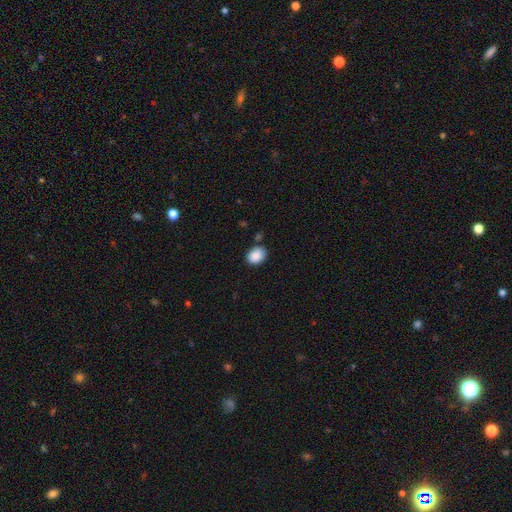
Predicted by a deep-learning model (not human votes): Smooth or featured?
  - smooth: 89% *
  - star or artifact: 8%
  - featured or disk: 4%
How rounded?
  - in between: 62% *
  - round: 37%
  - cigar-shaped: 1%
Merging?
  - none: 73% *
  - minor disturbance: 18%
  - merger: 6%
  - major disturbance: 4%